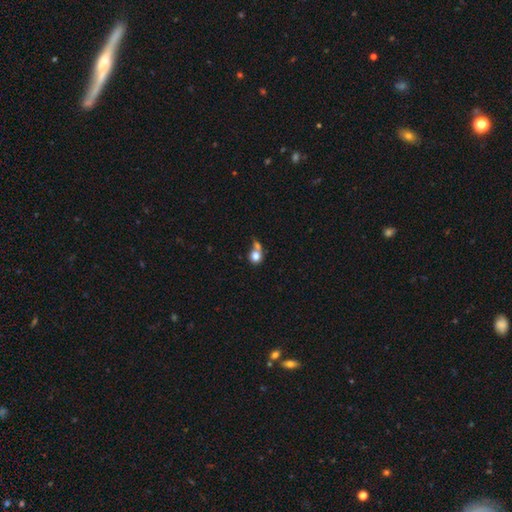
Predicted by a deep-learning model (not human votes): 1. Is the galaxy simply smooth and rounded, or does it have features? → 78% smooth, 13% featured or disk, 10% star or artifact.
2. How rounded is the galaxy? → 80% round, 19% in between, 1% cigar-shaped.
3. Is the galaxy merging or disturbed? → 45% merger, 34% none, 11% minor disturbance, 10% major disturbance.